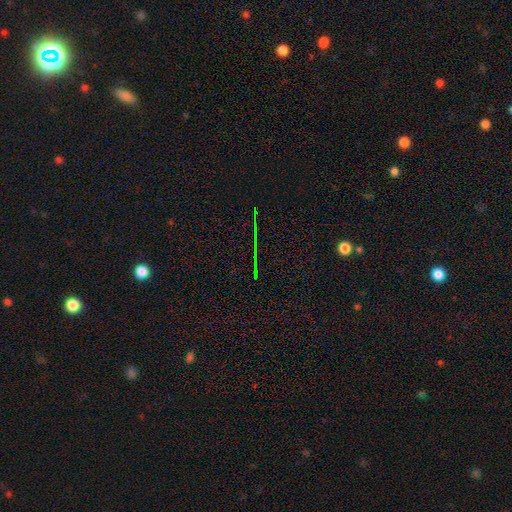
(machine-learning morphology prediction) Smooth or featured?
  - star or artifact: 74% *
  - featured or disk: 13%
  - smooth: 13%